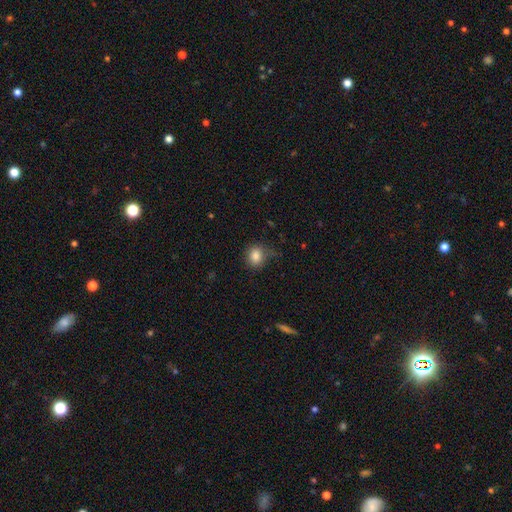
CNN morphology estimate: Smooth or featured? smooth (83%)
How rounded? round (75%)
Merging? none (73%)